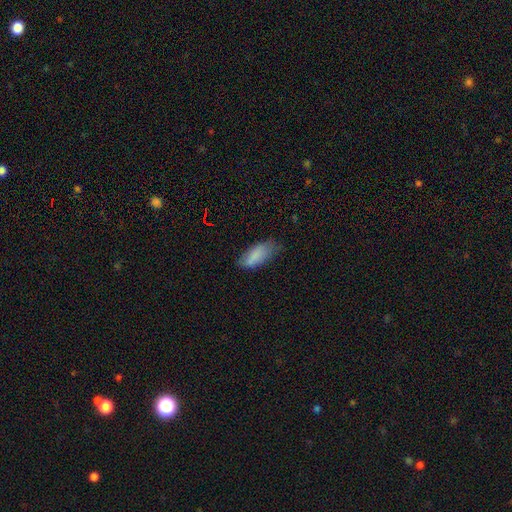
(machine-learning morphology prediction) smooth-or-featured: smooth: 82% | featured or disk: 10% | star or artifact: 7%
  how-rounded: in between: 80% | cigar-shaped: 19% | round: 2%
  merging: none: 52% | minor disturbance: 36% | major disturbance: 10% | merger: 2%